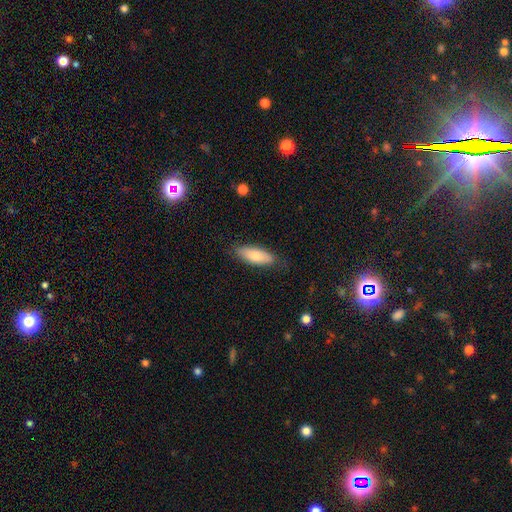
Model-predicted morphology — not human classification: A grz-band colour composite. It shows a smooth galaxy with no disk features (75%) that is in between round and cigar-shaped (72%). Merging: none (78%).